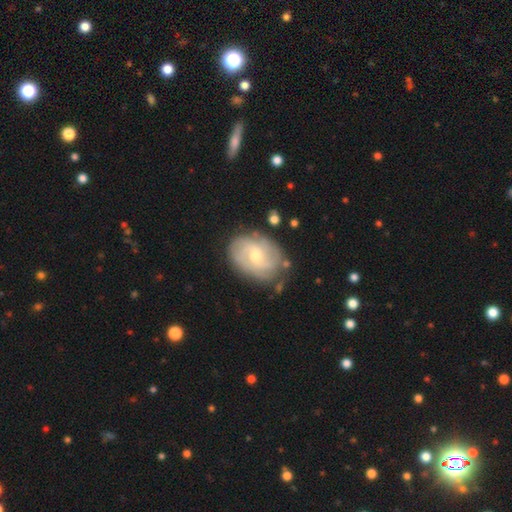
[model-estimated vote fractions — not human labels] This is likely a featured or disk galaxy (73%). It is clearly not viewed edge-on (97%). Bar: possibly no (54%). Spiral arm pattern: clearly yes (89%). Spiral arm count: marginally 2 (34%). Spiral winding: possibly tight (48%). Central bulge: possibly moderate (55%). Merging: likely none (75%).